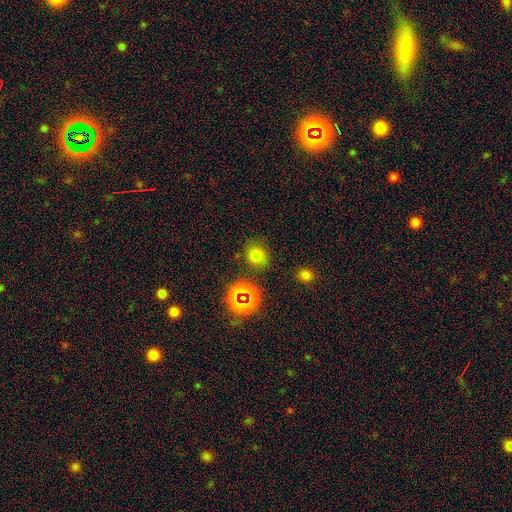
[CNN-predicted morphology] smooth-or-featured: smooth: 71% | star or artifact: 21% | featured or disk: 7%
  how-rounded: round: 81% | in between: 18% | cigar-shaped: 1%
  merging: none: 81% | minor disturbance: 10% | merger: 5% | major disturbance: 4%